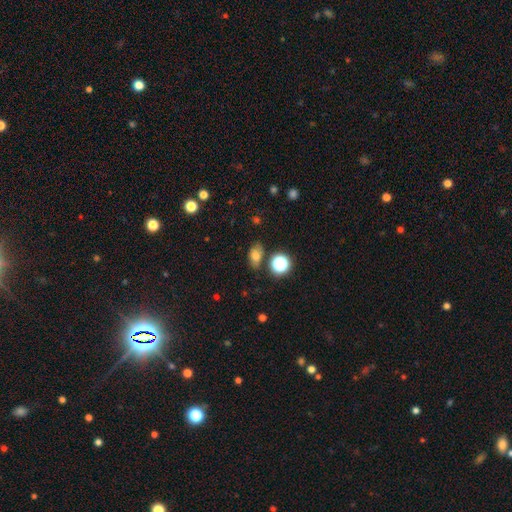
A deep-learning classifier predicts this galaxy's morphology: This appears to be a smooth galaxy with no disk features (71%) that is in between round and cigar-shaped (77%). Merging: none (75%).